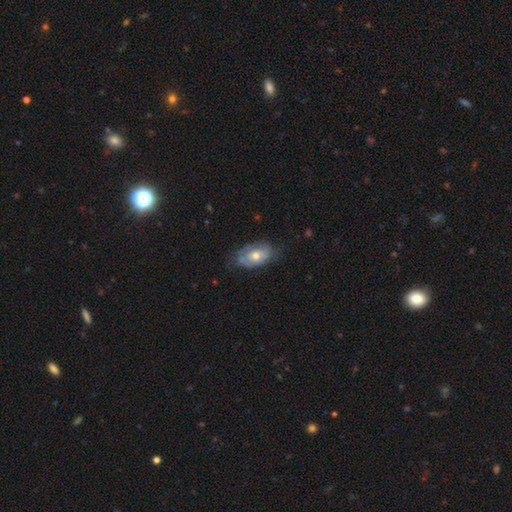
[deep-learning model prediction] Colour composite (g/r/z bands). It shows a smooth galaxy with no disk features (47%, tied with featured or disk). Merging: none (59%).